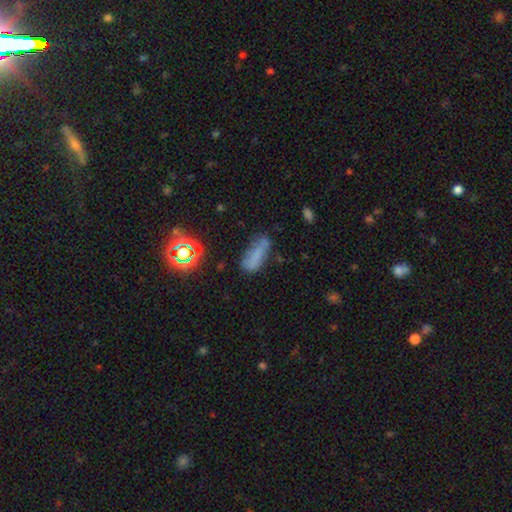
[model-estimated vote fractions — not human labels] The model was most divided on "how rounded": in between: 58%, cigar-shaped: 38%, round: 4%. More confident: smooth or featured — smooth (64%); merging — none (52%).